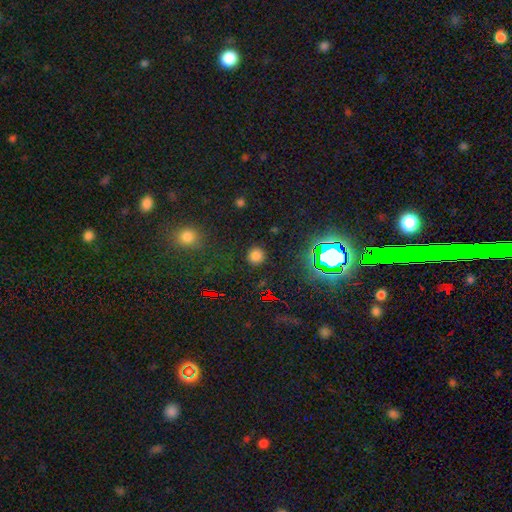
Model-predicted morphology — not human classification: Smooth or featured? smooth (72%)
How rounded? round (93%)
Merging? none (90%)